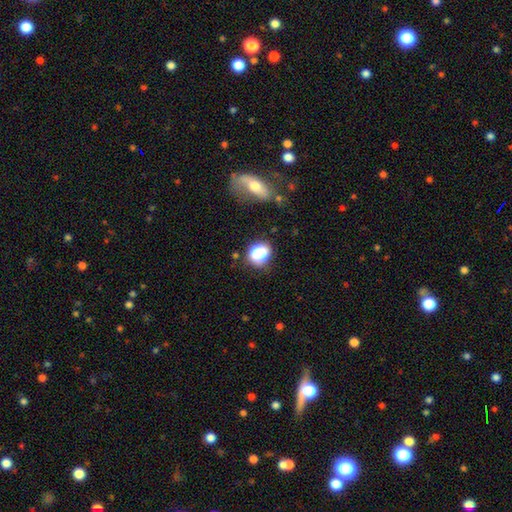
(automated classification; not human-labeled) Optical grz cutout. It shows a smooth galaxy with no disk features (67%) that is round (75%). Merging: none (73%).